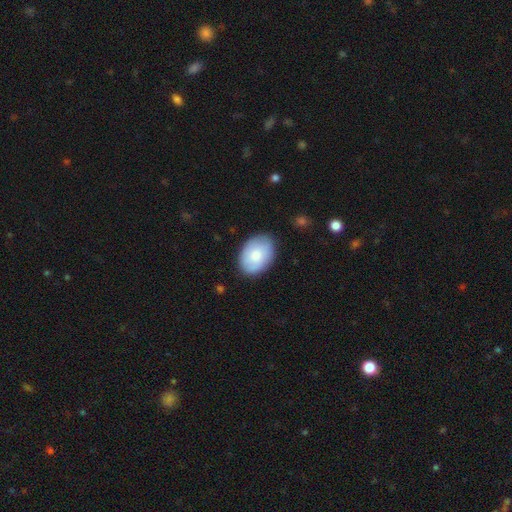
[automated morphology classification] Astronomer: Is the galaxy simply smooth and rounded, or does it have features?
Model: smooth — 76%.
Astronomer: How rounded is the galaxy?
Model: in between — 81%.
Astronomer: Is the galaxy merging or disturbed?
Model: none — 83%.